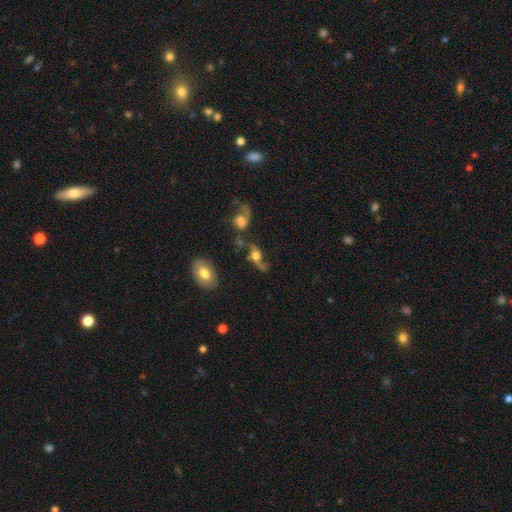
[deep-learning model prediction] Overall: featured or disk (67%). Edge-on disk: no (84%). Bar: no (71%). Spiral arms: yes (84%). Bulge size: moderate (43%; large 38%). Merging: none (46%; major disturbance 22%).